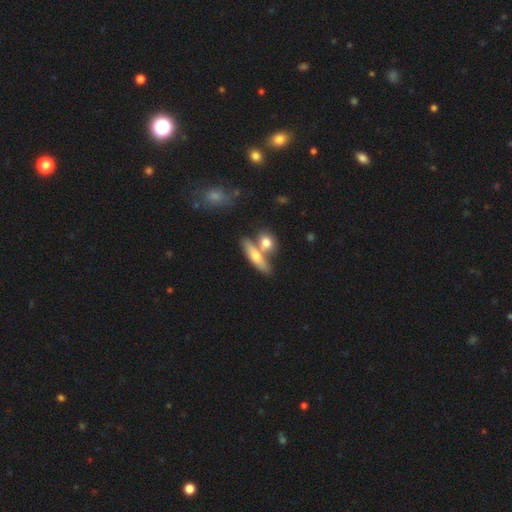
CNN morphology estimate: This is likely a smooth galaxy (60%). How rounded: possibly cigar-shaped (55%). Merging: possibly none (52%).